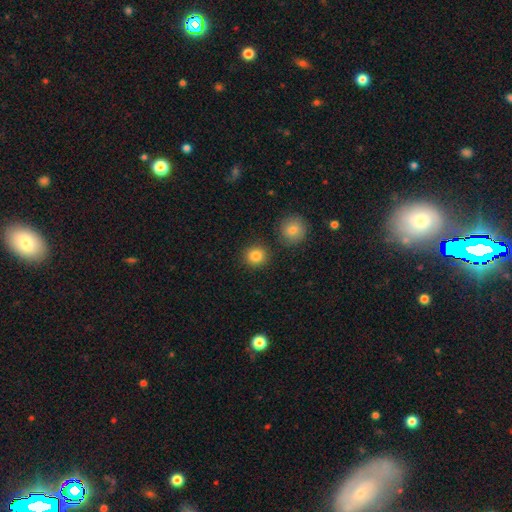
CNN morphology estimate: Overall: smooth (84%). How rounded: round (90%). Merging: none (86%).